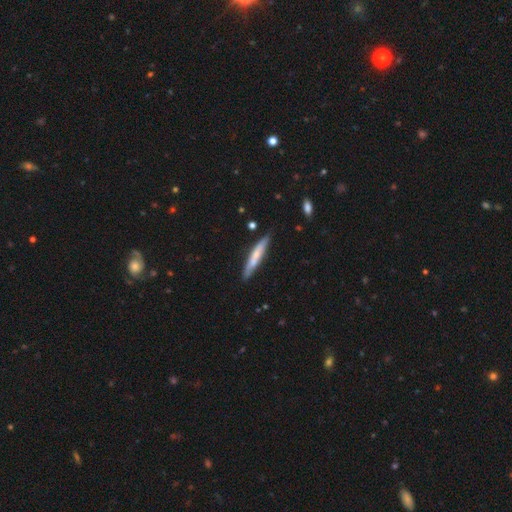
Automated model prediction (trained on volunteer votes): smooth 60%, featured or disk 35%, star or artifact 5%. Down the decision tree: how rounded — cigar-shaped (92%); merging — none (83%).